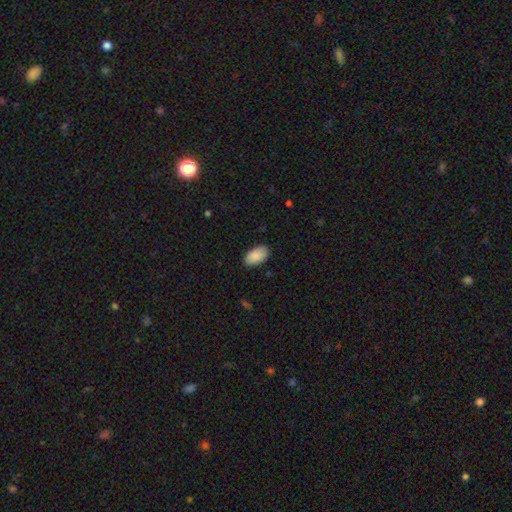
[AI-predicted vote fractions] Smooth or featured: smooth — 90% (star or artifact — 6%)
How rounded: in between — 95% (round — 3%)
Merging: none — 86% (minor disturbance — 11%)